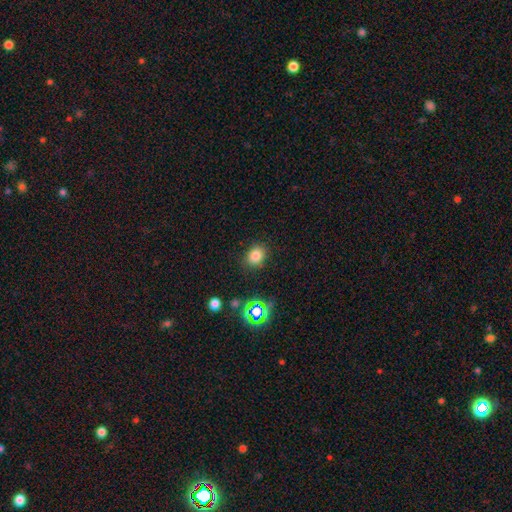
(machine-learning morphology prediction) A smooth galaxy with no disk features (79%) that is round (50%). Merging: none (83%).